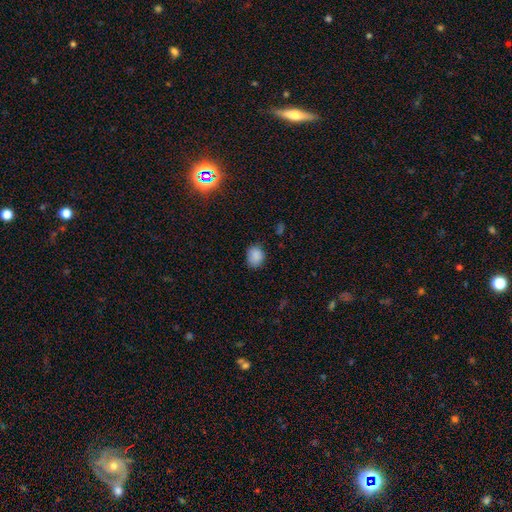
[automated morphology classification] A smooth galaxy with no disk features (84%) that is round (55%). Merging: none (73%).